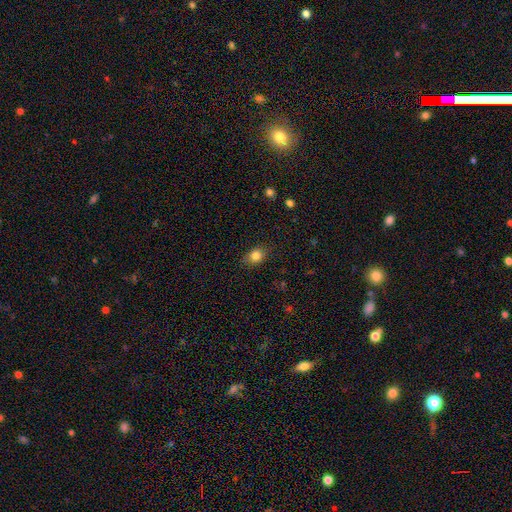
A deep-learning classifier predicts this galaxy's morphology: Smooth or featured? Predicted: smooth (p=0.83). How rounded? Predicted: in between (p=0.60). Merging? Predicted: none (p=0.82).